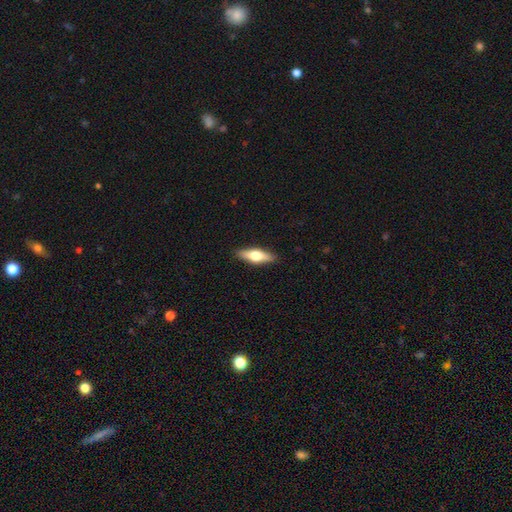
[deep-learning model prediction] Smooth or featured: smooth — 50% (featured or disk — 45%)
Merging: none — 90% (minor disturbance — 8%)